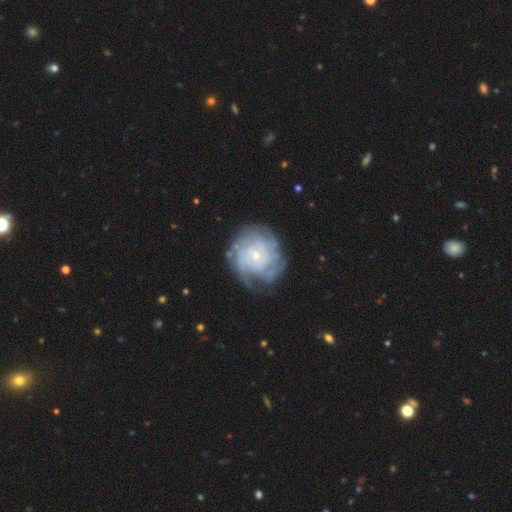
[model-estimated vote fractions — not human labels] This is clearly a featured or disk galaxy (81%). It is clearly not viewed edge-on (98%). Bar: likely no (71%). Spiral arm pattern: clearly yes (93%). Spiral arm count: marginally can't tell (45%). Spiral winding: likely tight (72%). Central bulge: likely small (74%). Merging: likely none (71%).